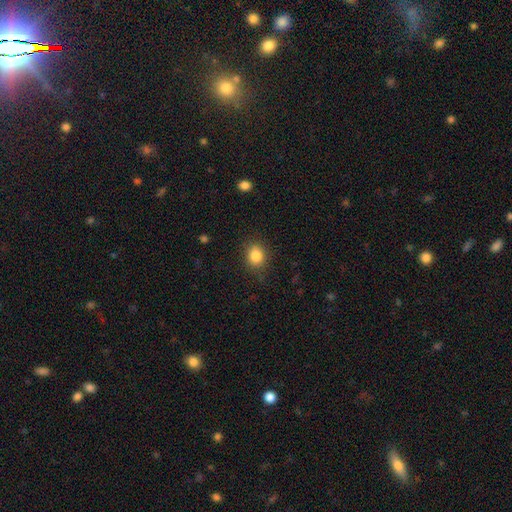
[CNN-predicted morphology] smooth 84%, star or artifact 10%, featured or disk 5%. Down the decision tree: how rounded — round (67%); merging — none (85%).